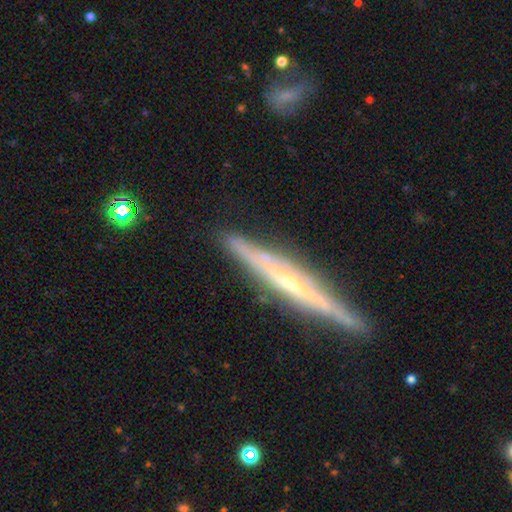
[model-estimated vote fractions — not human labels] Q: Smooth or featured?
A: featured or disk (79%); runner-up: smooth (15%)
Q: Edge-on disk?
A: yes (95%); runner-up: no (5%)
Q: Edge-on bulge?
A: rounded (47%); runner-up: none (40%)
Q: Merging?
A: none (84%); runner-up: minor disturbance (12%)